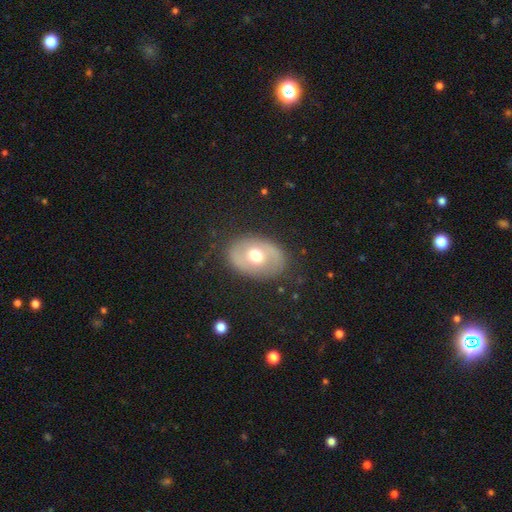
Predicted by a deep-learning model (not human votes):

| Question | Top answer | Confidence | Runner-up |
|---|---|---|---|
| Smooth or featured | smooth | 48% | featured or disk (44%) |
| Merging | none | 81% | minor disturbance (12%) |